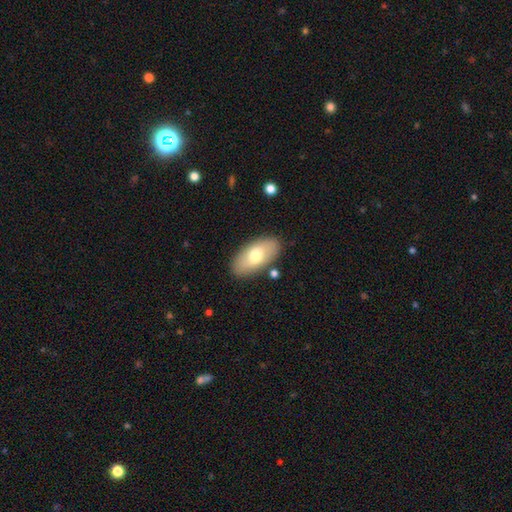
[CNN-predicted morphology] A smooth galaxy with no disk features (68%) that is in between round and cigar-shaped (93%).

Vote fractions:
- Smooth or featured? smooth: 68% / featured or disk: 26% / star or artifact: 6%
- How rounded? in between: 93% / cigar-shaped: 4% / round: 3%
- Merging? none: 84% / minor disturbance: 10% / major disturbance: 3% / merger: 3%